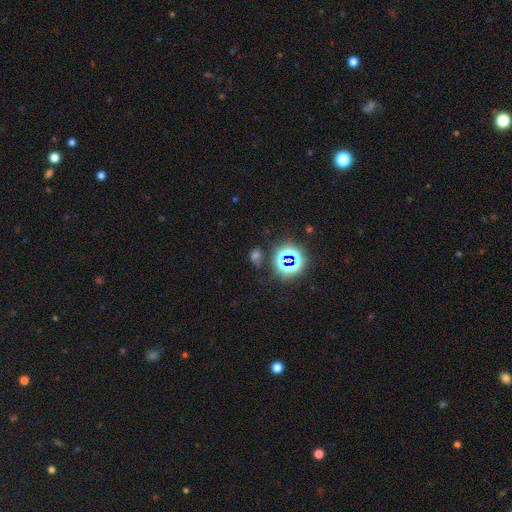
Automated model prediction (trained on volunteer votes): Smooth or featured?
  - star or artifact: 56% *
  - smooth: 35%
  - featured or disk: 9%